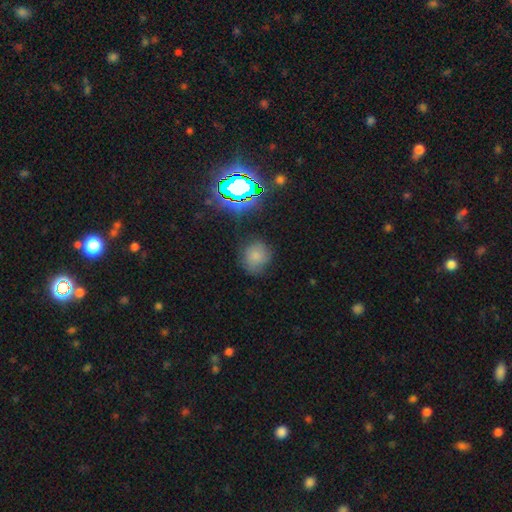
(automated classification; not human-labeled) Overall: smooth (69%). How rounded: round (80%). Merging: none (73%).